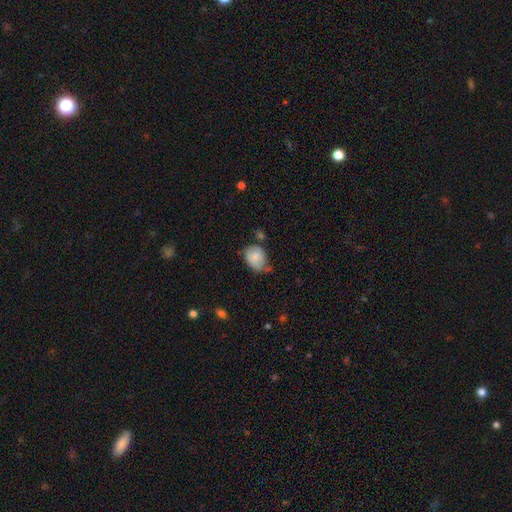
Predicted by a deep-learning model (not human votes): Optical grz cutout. It shows a smooth galaxy with no disk features (76%) that is in between round and cigar-shaped (63%). Merging: minor disturbance (39%, tied with none).